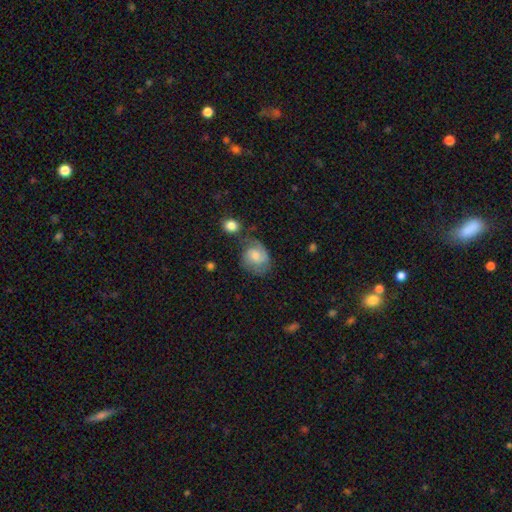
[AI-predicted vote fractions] Morphology: type=smooth (47%); merging=none (53%).